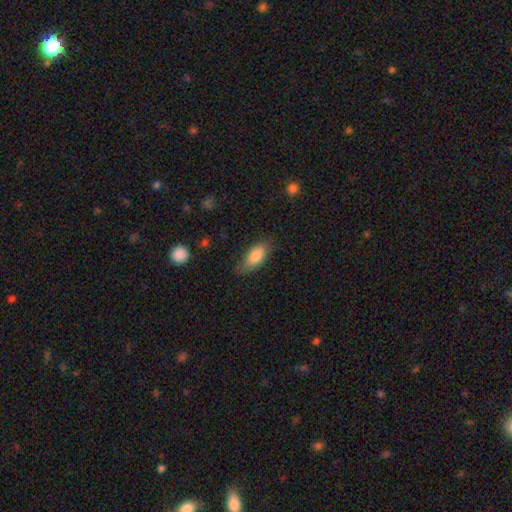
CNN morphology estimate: Smooth or featured?
  - smooth: 82% *
  - featured or disk: 11%
  - star or artifact: 7%
How rounded?
  - in between: 84% *
  - cigar-shaped: 14%
  - round: 3%
Merging?
  - none: 71% *
  - minor disturbance: 22%
  - major disturbance: 5%
  - merger: 1%